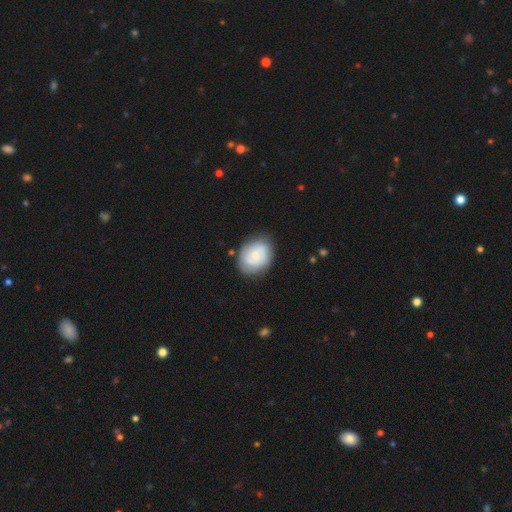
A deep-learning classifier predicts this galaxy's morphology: featured or disk 50%, smooth 43%, star or artifact 7%. Down the decision tree: merging — none (72%).